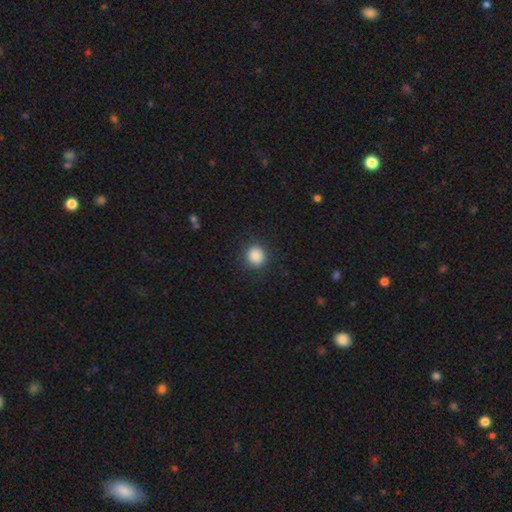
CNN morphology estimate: Smooth or featured? Predicted: smooth (p=0.88). How rounded? Predicted: round (p=0.91). Merging? Predicted: none (p=0.90).